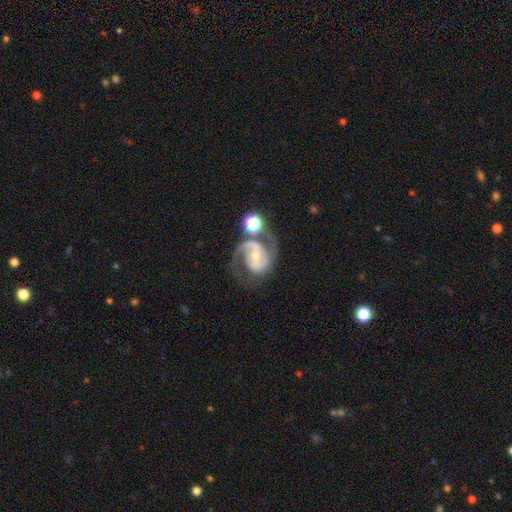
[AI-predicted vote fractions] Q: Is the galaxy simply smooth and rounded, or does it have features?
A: featured or disk — 86%.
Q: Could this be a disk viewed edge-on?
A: no — 98%.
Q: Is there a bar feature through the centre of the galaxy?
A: weak — 42%.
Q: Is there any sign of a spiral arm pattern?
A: yes — 96%.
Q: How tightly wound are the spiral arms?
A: medium — 54%.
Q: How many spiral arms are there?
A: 2 — 80%.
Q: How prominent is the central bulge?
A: moderate — 58%.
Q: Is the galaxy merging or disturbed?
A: none — 49%.